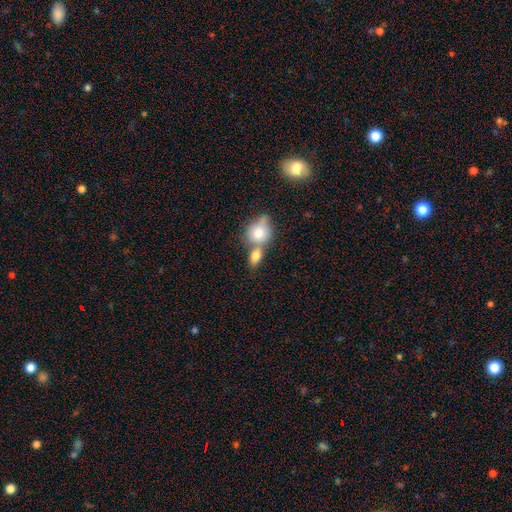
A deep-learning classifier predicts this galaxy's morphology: This is likely a smooth galaxy (79%). How rounded: likely in between (69%). Merging: possibly merger (55%).